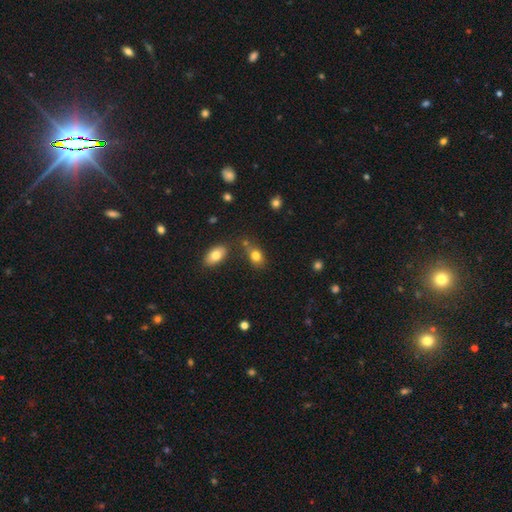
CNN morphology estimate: This is likely a smooth galaxy (80%). How rounded: likely in between (75%). Merging: possibly none (59%).